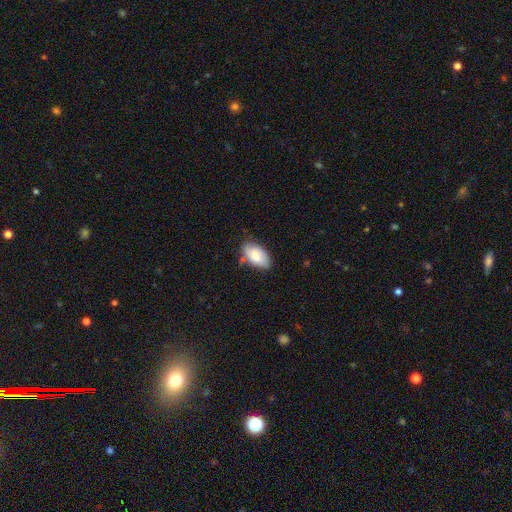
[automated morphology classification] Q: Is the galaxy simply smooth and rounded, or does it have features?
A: smooth — 80%.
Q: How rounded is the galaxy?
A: in between — 94%.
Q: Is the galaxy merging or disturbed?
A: none — 71%.